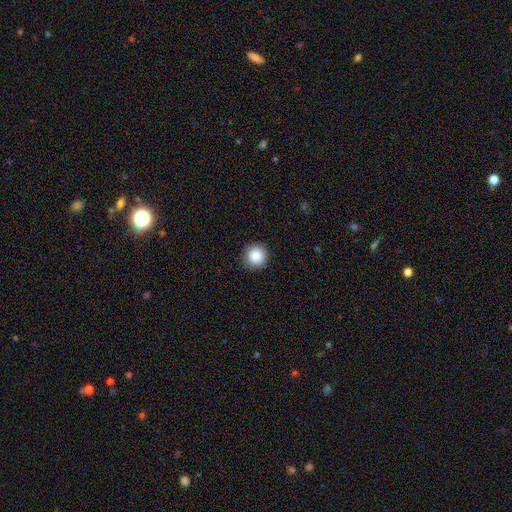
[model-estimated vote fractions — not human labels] A smooth galaxy with no disk features (88%) that is round (96%).

Vote fractions:
- Smooth or featured? smooth: 88% / star or artifact: 9% / featured or disk: 3%
- How rounded? round: 96% / in between: 3% / cigar-shaped: 1%
- Merging? none: 91% / minor disturbance: 6% / major disturbance: 2% / merger: 1%